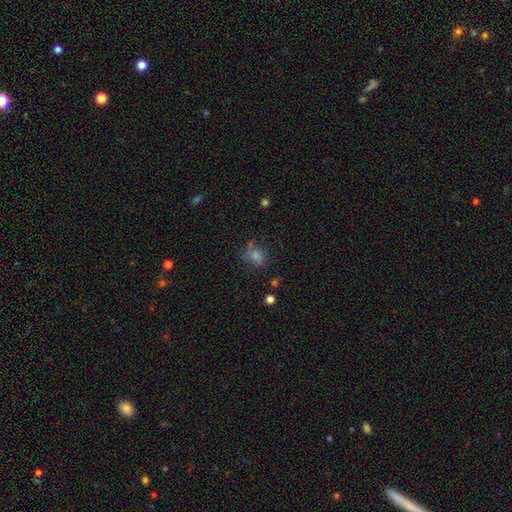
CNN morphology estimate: Smooth or featured: smooth — 59% (star or artifact — 27%)
How rounded: round — 60% (in between — 39%)
Merging: none — 62% (minor disturbance — 20%)